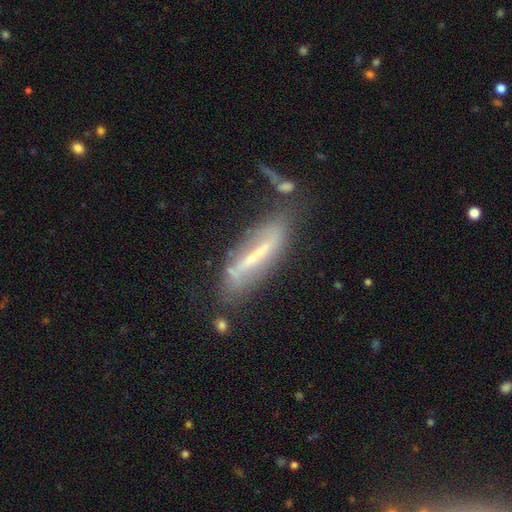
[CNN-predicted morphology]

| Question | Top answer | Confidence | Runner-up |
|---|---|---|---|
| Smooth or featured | featured or disk | 65% | smooth (27%) |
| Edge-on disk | no | 53% | yes (47%) |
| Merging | none | 55% | minor disturbance (23%) |